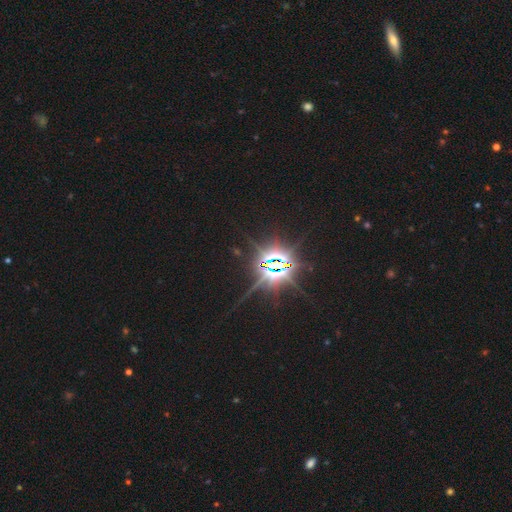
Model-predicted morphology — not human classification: Smooth or featured? star or artifact (87%)